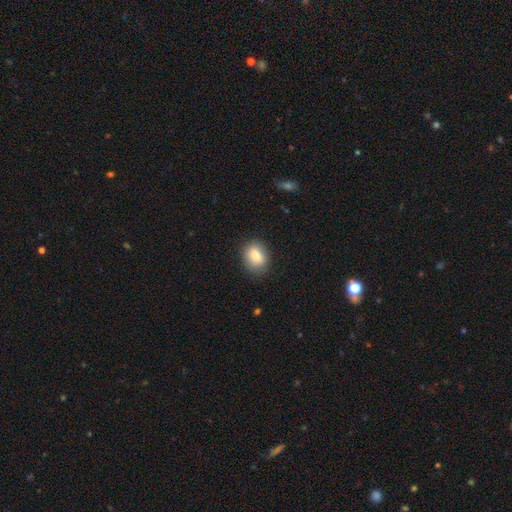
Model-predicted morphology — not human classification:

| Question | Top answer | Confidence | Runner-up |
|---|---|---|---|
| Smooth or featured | smooth | 82% | featured or disk (10%) |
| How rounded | in between | 62% | round (36%) |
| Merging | none | 82% | minor disturbance (13%) |